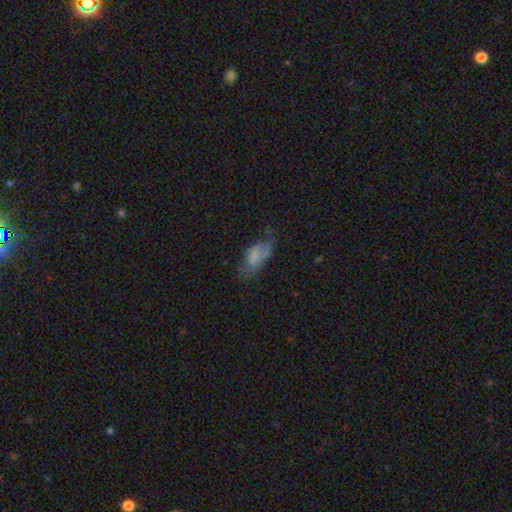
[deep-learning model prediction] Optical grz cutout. It shows a smooth galaxy with no disk features (66%) that is in between round and cigar-shaped (87%). Merging: none (44%).